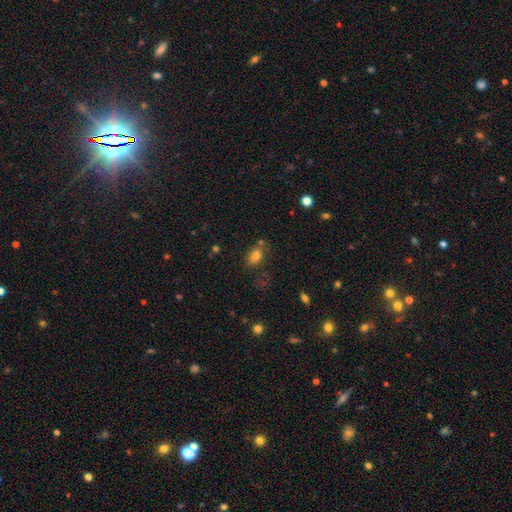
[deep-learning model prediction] Smooth or featured: smooth — 79% (star or artifact — 13%)
How rounded: in between — 80% (round — 17%)
Merging: none — 64% (minor disturbance — 19%)